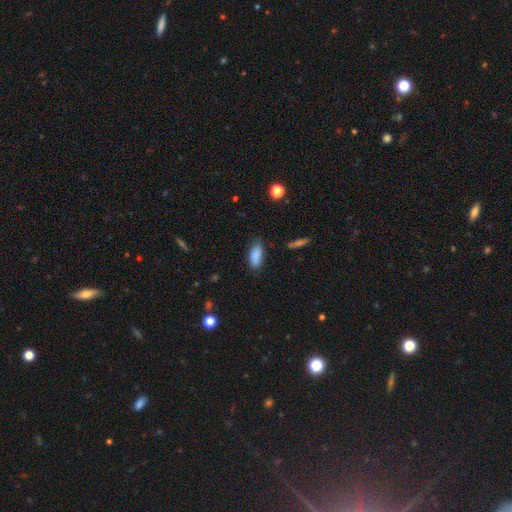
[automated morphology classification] This appears to be a smooth galaxy with no disk features (88%) that is in between round and cigar-shaped (83%). Merging: none (83%).